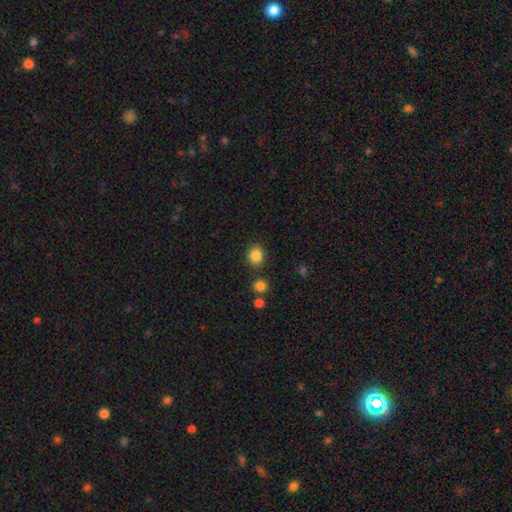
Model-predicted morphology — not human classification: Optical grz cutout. It shows a smooth galaxy with no disk features (86%) that is round (60%). Merging: none (83%).